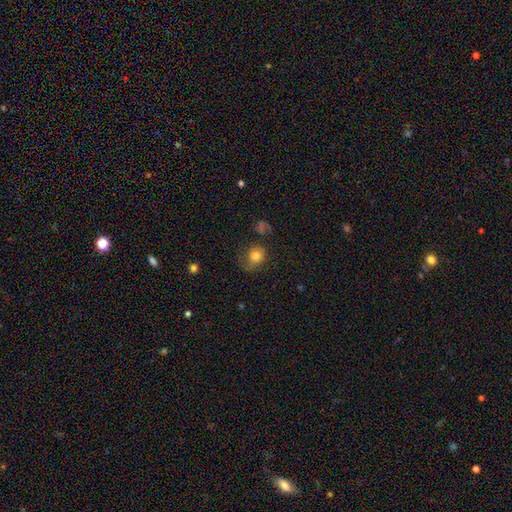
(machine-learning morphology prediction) This is likely a smooth galaxy (77%). How rounded: likely round (66%). Merging: possibly none (47%).